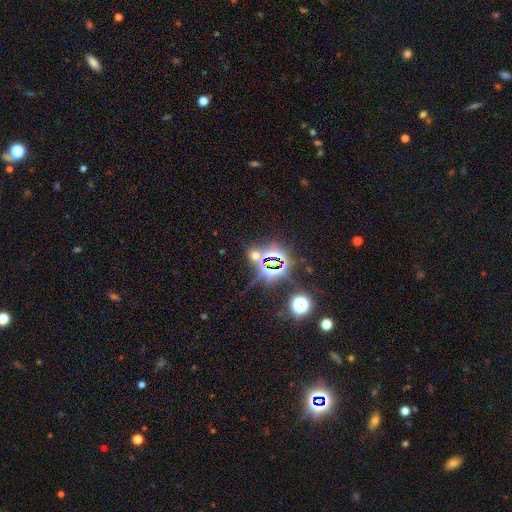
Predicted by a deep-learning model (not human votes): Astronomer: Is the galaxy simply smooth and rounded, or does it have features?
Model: star or artifact — 63%.